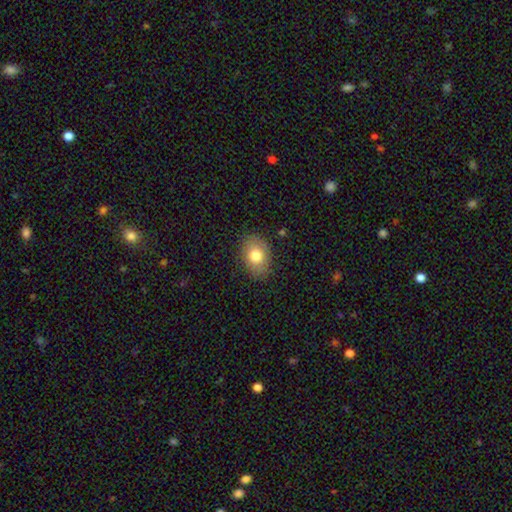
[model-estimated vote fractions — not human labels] The model was most divided on "how rounded": in between: 72%, round: 27%, cigar-shaped: 1%. More confident: merging — none (83%); smooth or featured — smooth (78%).